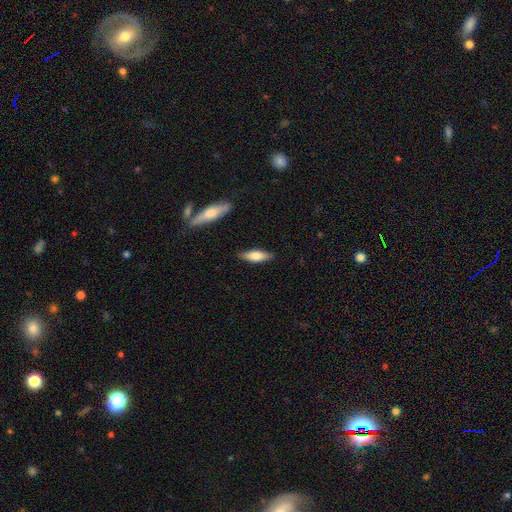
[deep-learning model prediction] Smooth or featured: smooth — 60% (featured or disk — 34%)
How rounded: in between — 50% (cigar-shaped — 48%)
Merging: none — 86% (minor disturbance — 10%)